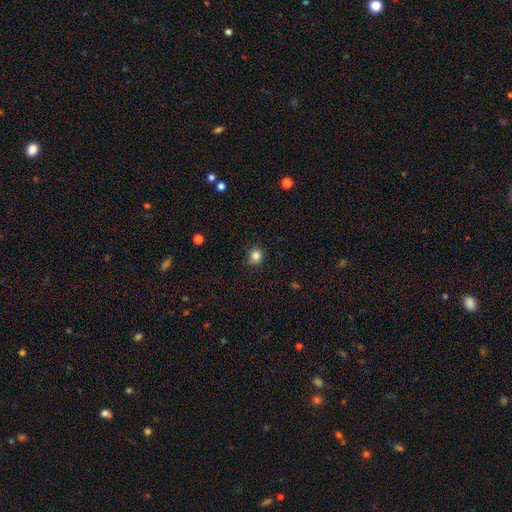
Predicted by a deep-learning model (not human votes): Q: Smooth or featured?
A: smooth (85%); runner-up: star or artifact (11%)
Q: How rounded?
A: round (83%); runner-up: in between (16%)
Q: Merging?
A: none (82%); runner-up: minor disturbance (14%)